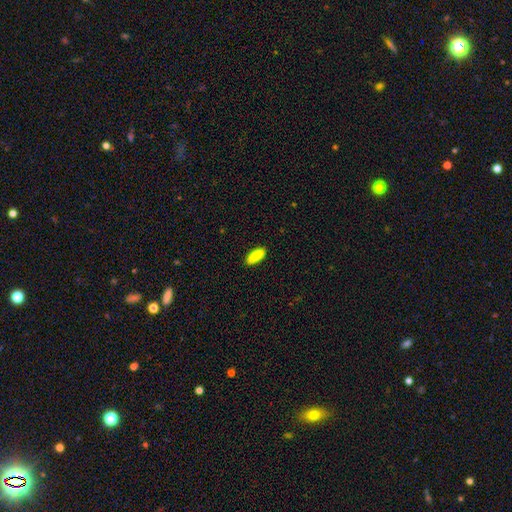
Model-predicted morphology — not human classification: A smooth galaxy with no disk features (88%) that is in between round and cigar-shaped (76%).

Vote fractions:
- Smooth or featured? smooth: 88% / star or artifact: 6% / featured or disk: 6%
- How rounded? in between: 76% / cigar-shaped: 22% / round: 2%
- Merging? none: 90% / minor disturbance: 8% / major disturbance: 2% / merger: 1%